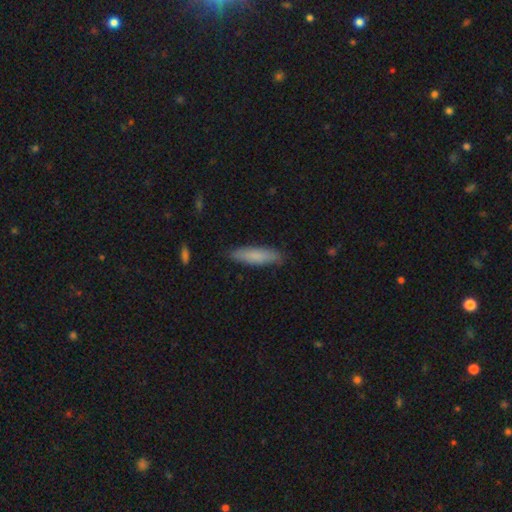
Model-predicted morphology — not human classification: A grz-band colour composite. It shows a smooth galaxy with no disk features (80%) that is cigar-shaped (73%). Merging: none (85%).